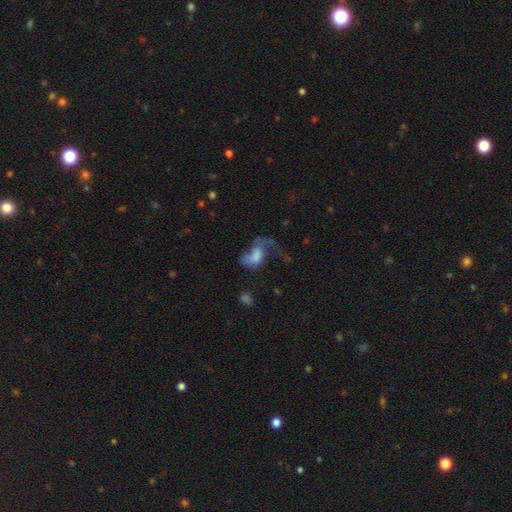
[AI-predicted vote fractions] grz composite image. It shows a smooth galaxy with no disk features (51%) that is in between round and cigar-shaped (84%). Merging: major disturbance (62%).